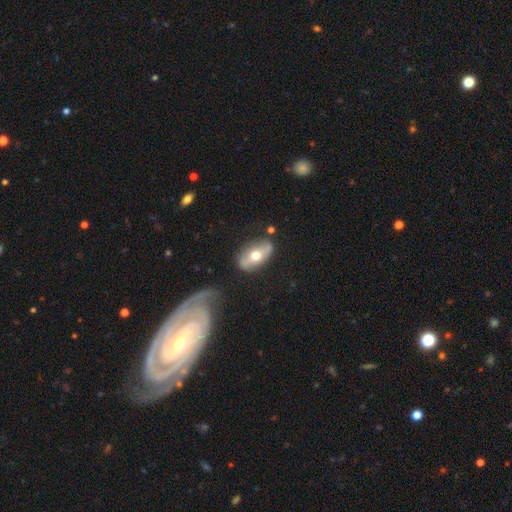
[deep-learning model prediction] The model was most divided on "smooth or featured" (2-way tie): smooth: 47%, featured or disk: 47%, star or artifact: 6%. More confident: merging — none (75%).